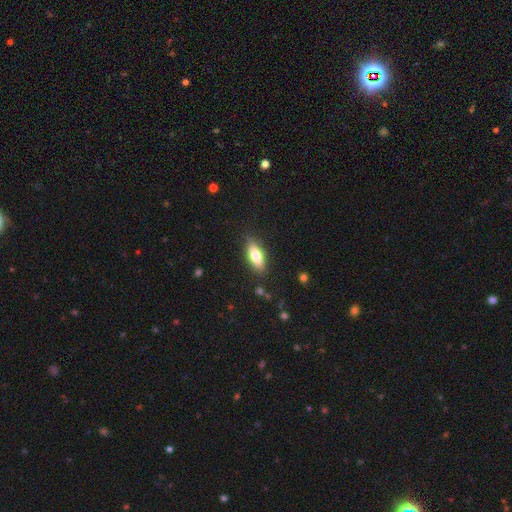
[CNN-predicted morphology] type=smooth (70%); roundness=in between (72%); merging=none (84%).